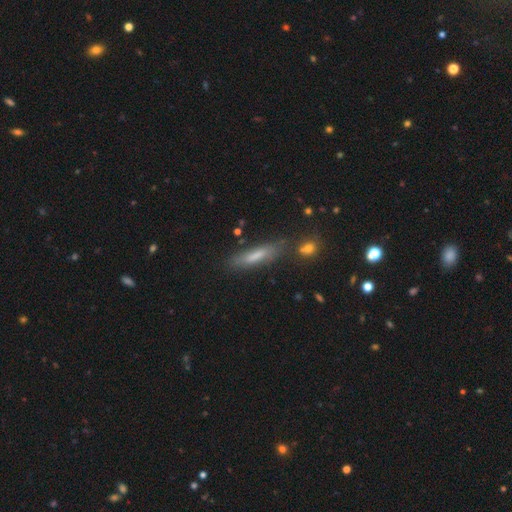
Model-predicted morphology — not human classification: This is likely a smooth galaxy (67%). How rounded: likely cigar-shaped (79%). Merging: likely none (74%).